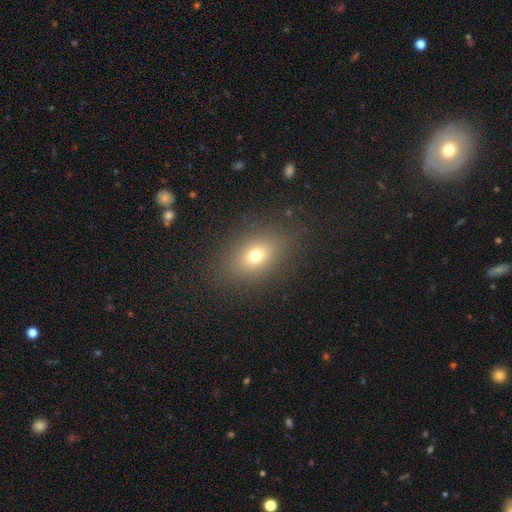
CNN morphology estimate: This is likely a smooth galaxy (71%). How rounded: likely in between (73%). Merging: clearly none (85%).